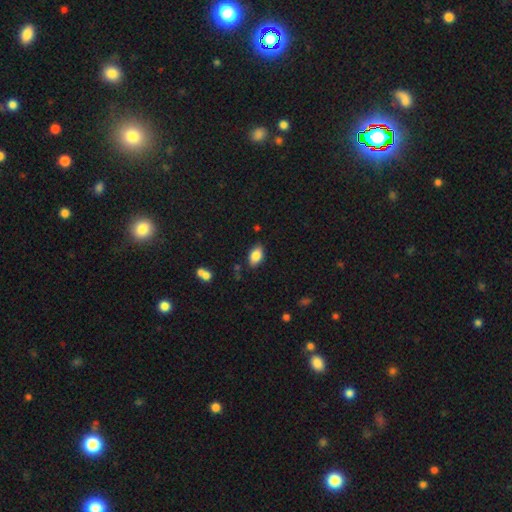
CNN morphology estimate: type=smooth (85%); roundness=in between (91%); merging=none (82%).